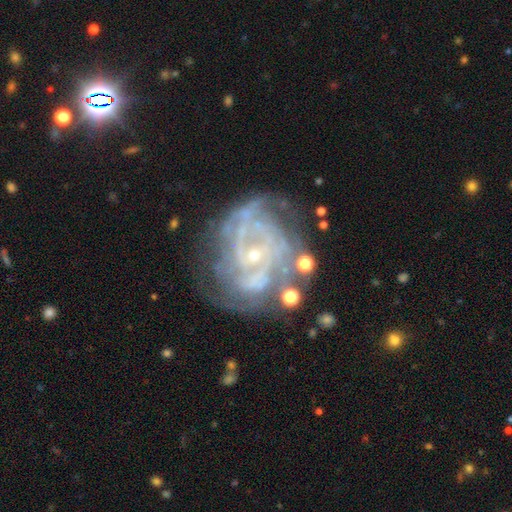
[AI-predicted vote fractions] smooth_or_featured: featured or disk (p=0.85) [alt: star or artifact p=0.08]
disk_edge_on: no (p=0.97) [alt: yes p=0.03]
bar: no (p=0.59) [alt: weak p=0.31]
has_spiral_arms: yes (p=0.92) [alt: no p=0.08]
spiral_winding: tight (p=0.62) [alt: medium p=0.30]
spiral_arm_count: can't tell (p=0.36) [alt: 3 p=0.18]
bulge_size: small (p=0.85) [alt: moderate p=0.10]
merging: none (p=0.60) [alt: minor disturbance p=0.21]